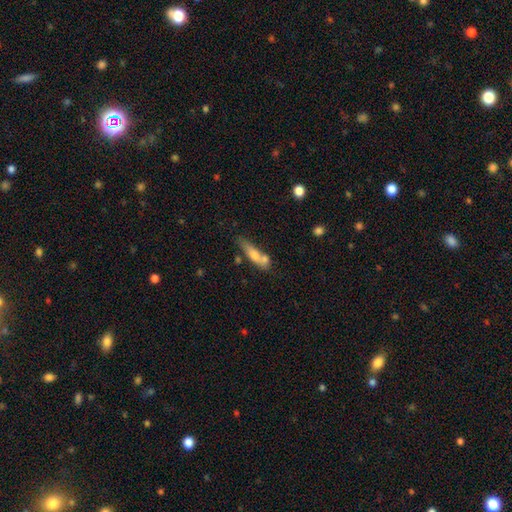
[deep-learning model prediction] A smooth galaxy with no disk features (64%) that is cigar-shaped (66%). Merging: none (41%).